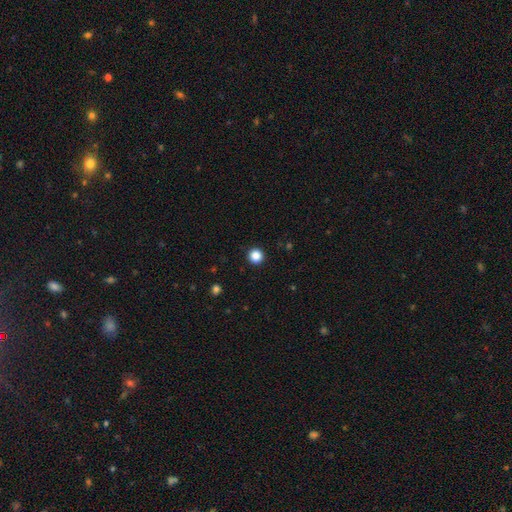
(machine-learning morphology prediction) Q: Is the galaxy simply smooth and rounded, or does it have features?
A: smooth — 86%.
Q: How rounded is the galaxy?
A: round — 96%.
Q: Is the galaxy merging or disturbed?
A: none — 93%.